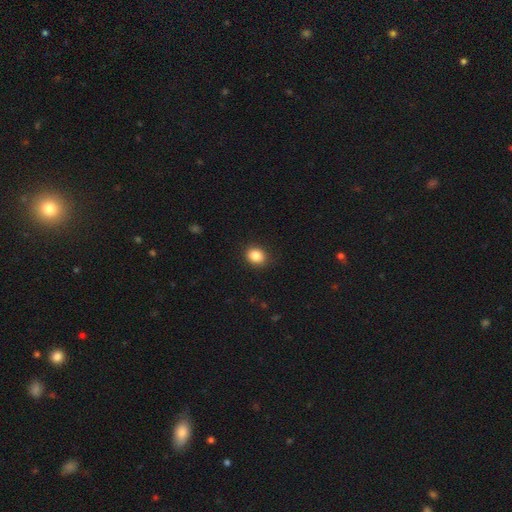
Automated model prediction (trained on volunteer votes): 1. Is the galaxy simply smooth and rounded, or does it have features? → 86% smooth, 10% star or artifact, 4% featured or disk.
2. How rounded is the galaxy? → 56% round, 43% in between, 1% cigar-shaped.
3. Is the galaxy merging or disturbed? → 88% none, 9% minor disturbance, 2% major disturbance, 1% merger.